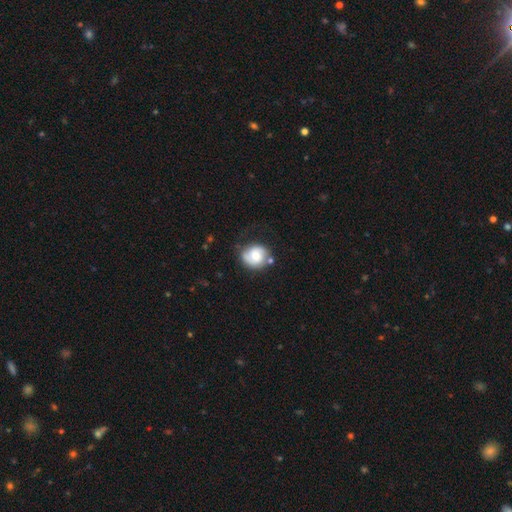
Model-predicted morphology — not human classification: type=smooth (53%); roundness=round (74%); merging=none (59%).